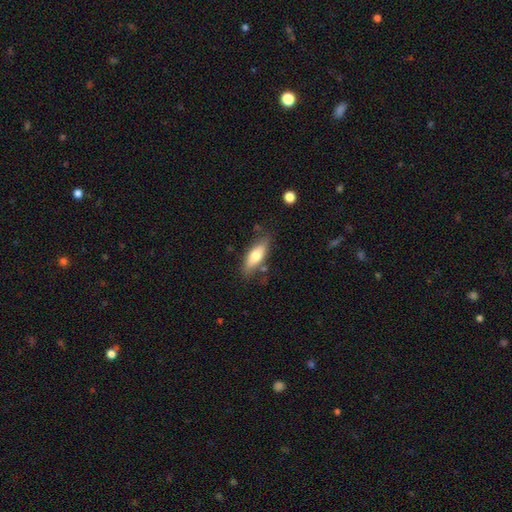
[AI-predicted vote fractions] Smooth or featured: smooth — 68% (featured or disk — 26%)
How rounded: in between — 67% (cigar-shaped — 30%)
Merging: none — 74% (minor disturbance — 18%)